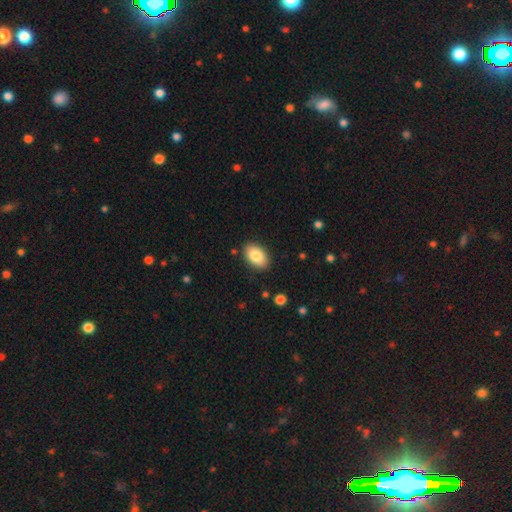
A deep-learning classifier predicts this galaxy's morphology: Q: Smooth or featured?
A: smooth (83%); runner-up: featured or disk (10%)
Q: How rounded?
A: in between (91%); runner-up: round (8%)
Q: Merging?
A: none (88%); runner-up: minor disturbance (9%)